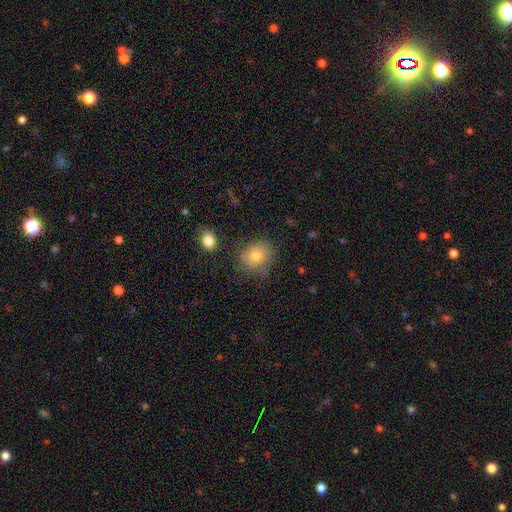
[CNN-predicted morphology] A smooth galaxy with no disk features (77%) that is round (65%). Merging: none (75%).